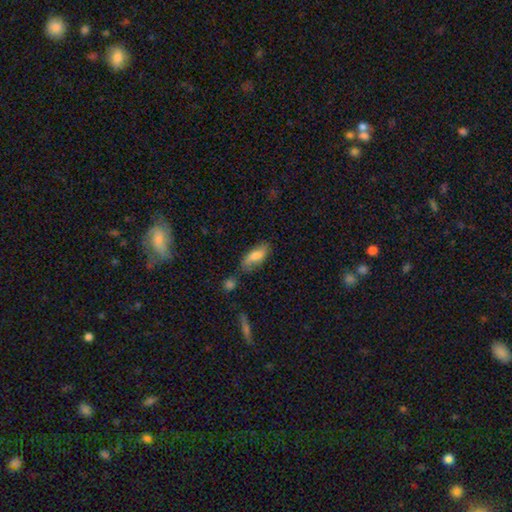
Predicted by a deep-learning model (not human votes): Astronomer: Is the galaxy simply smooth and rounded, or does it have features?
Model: smooth — 73%.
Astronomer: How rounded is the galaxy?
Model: in between — 79%.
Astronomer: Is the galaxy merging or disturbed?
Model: none — 60%.